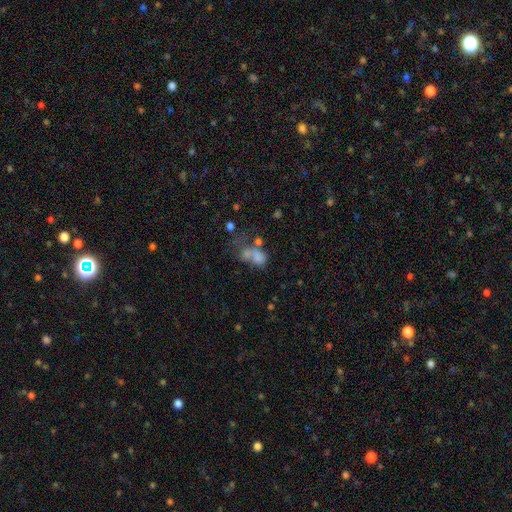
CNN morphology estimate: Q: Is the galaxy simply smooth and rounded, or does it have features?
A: smooth — 64%.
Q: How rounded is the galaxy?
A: in between — 69%.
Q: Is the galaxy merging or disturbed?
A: merger — 49%.